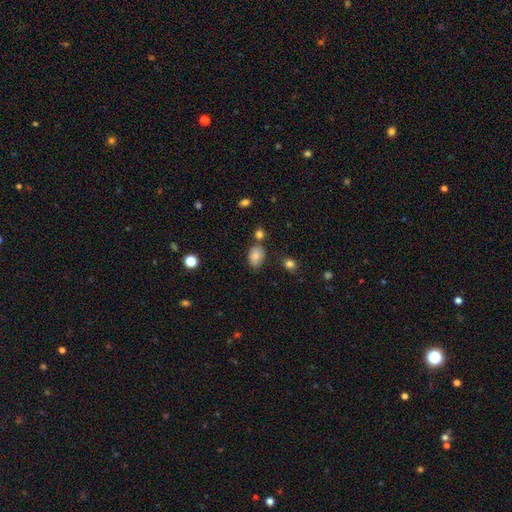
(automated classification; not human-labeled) Morphology: type=smooth (82%); roundness=in between (81%); merging=none (67%).